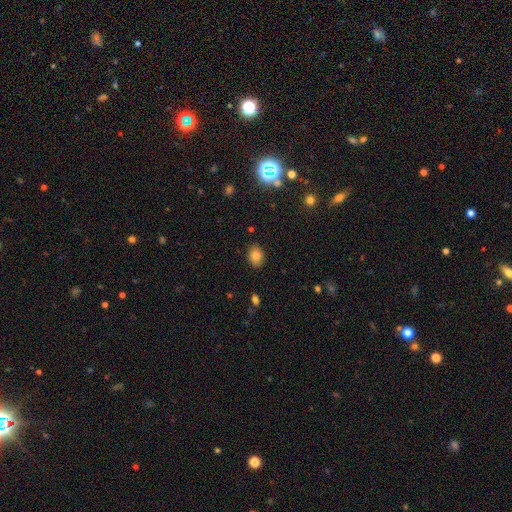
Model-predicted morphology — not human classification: This appears to be a smooth galaxy with no disk features (81%) that is in between round and cigar-shaped (65%). Merging: none (87%).